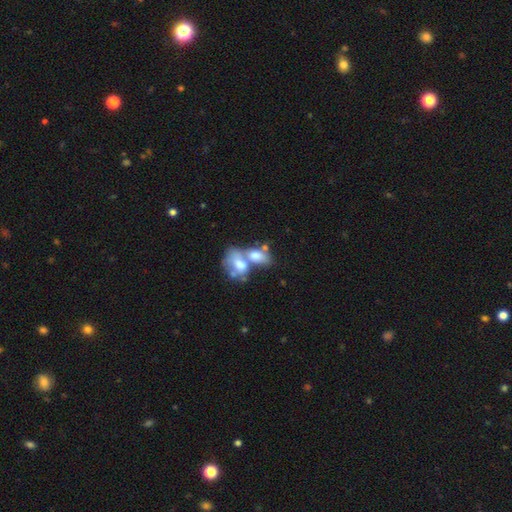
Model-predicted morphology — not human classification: Overall: smooth (62%; featured or disk 29%). How rounded: in between (85%). Merging: merger (71%).